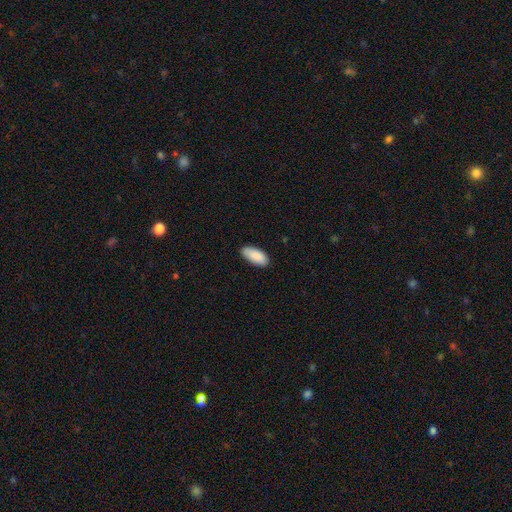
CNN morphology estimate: The model was most divided on "merging": none: 84%, minor disturbance: 13%, major disturbance: 2%, merger: 1%. More confident: smooth or featured — smooth (90%); how rounded — in between (90%).